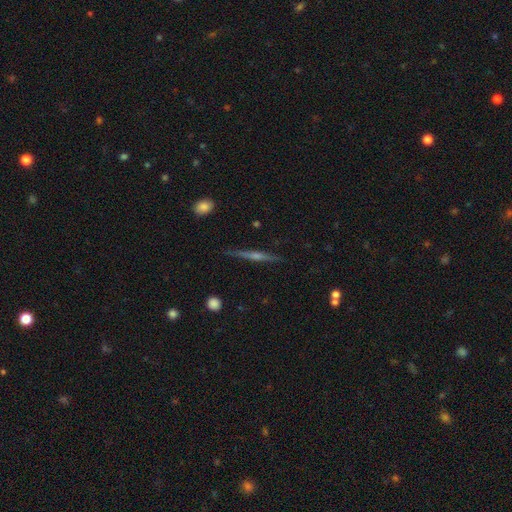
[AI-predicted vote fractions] smooth_or_featured: featured or disk (p=0.75) [alt: smooth p=0.18]
disk_edge_on: yes (p=0.98) [alt: no p=0.02]
edge_on_bulge: rounded (p=0.78) [alt: none p=0.14]
merging: none (p=0.89) [alt: minor disturbance p=0.08]